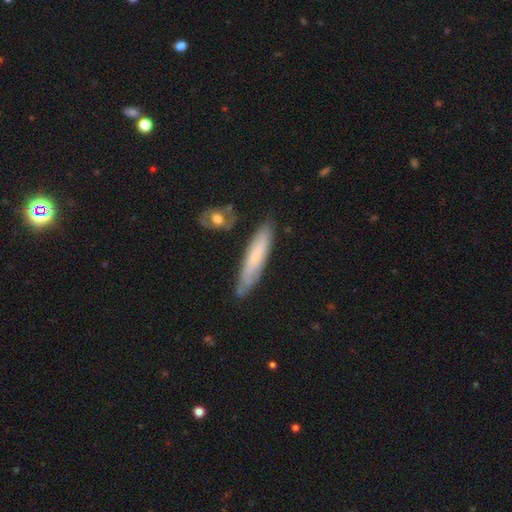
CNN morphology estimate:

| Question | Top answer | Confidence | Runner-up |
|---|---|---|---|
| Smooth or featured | smooth | 57% | featured or disk (36%) |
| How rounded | cigar-shaped | 85% | in between (13%) |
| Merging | none | 75% | minor disturbance (18%) |